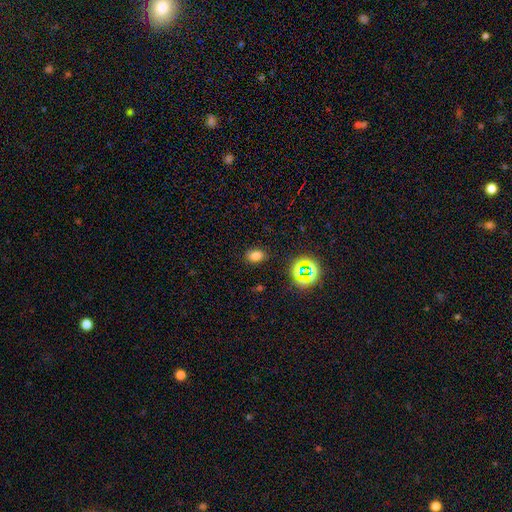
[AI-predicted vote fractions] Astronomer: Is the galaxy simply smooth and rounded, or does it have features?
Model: smooth — 73%.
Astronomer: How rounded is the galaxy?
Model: in between — 78%.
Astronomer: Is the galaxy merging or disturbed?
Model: none — 85%.